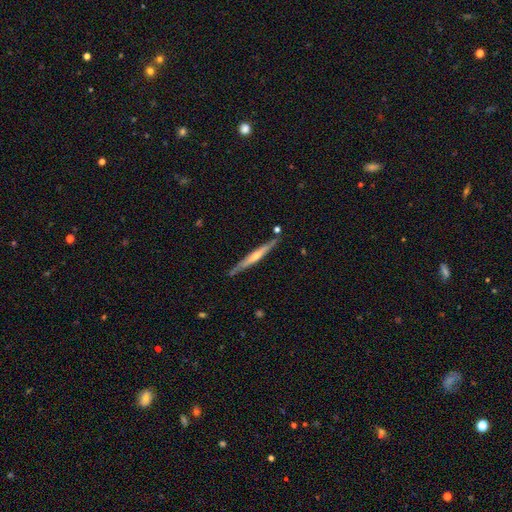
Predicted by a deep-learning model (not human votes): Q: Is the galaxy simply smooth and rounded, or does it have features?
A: featured or disk — 71%.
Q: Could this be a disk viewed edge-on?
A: yes — 97%.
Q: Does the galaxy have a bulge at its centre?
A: rounded — 70%.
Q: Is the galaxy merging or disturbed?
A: none — 85%.